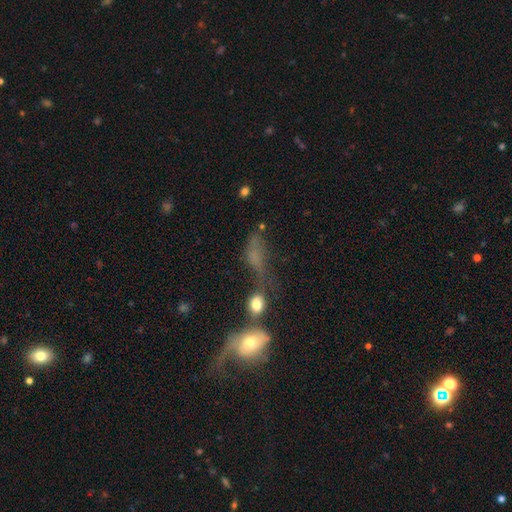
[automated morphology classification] Overall: smooth (48%; featured or disk 34%). Merging: merger (32%; major disturbance 30%).